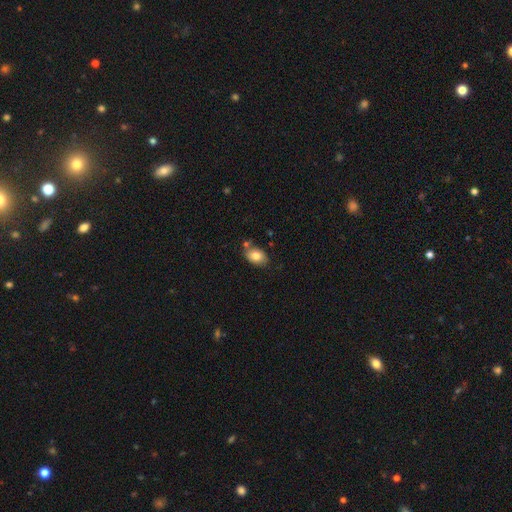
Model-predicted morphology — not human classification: The model was most divided on "merging": none: 66%, minor disturbance: 17%, merger: 12%, major disturbance: 4%. More confident: smooth or featured — smooth (81%); how rounded — in between (79%).